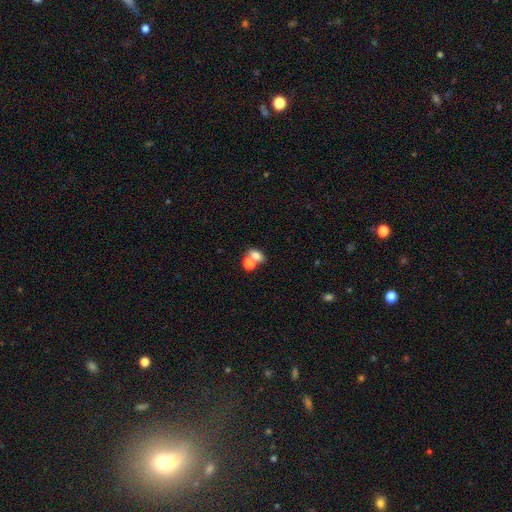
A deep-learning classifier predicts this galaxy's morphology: Smooth or featured? Predicted: smooth (p=0.74). How rounded? Predicted: in between (p=0.69). Merging? Predicted: merger (p=0.48).